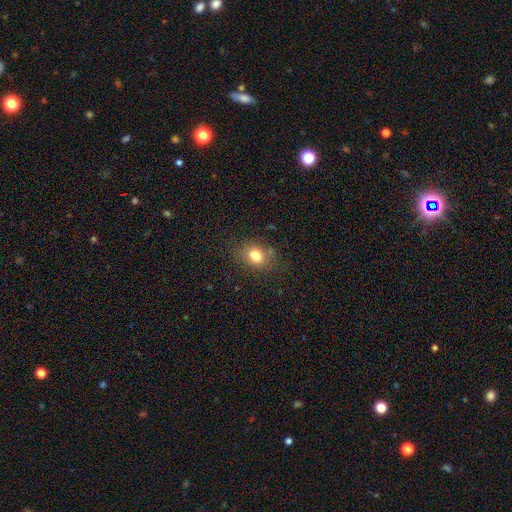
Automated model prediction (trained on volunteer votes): Smooth or featured: smooth — 79% (star or artifact — 12%)
How rounded: in between — 55% (round — 44%)
Merging: none — 78% (minor disturbance — 15%)